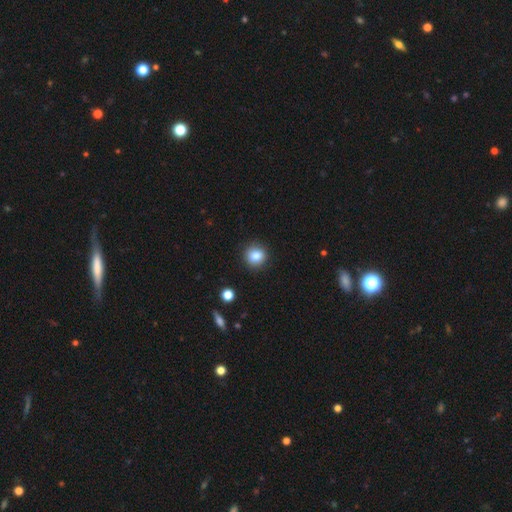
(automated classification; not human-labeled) Overall: smooth (84%). How rounded: round (85%). Merging: none (88%).